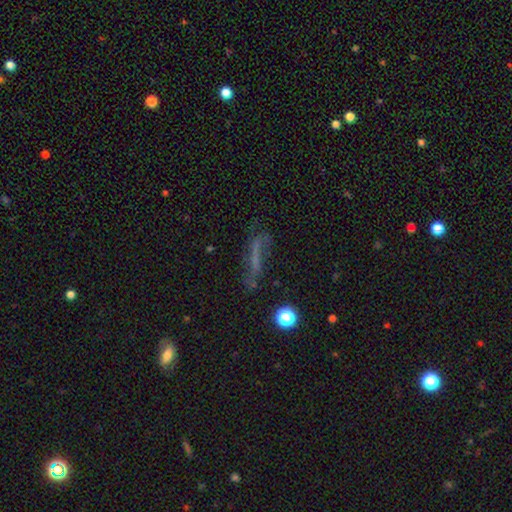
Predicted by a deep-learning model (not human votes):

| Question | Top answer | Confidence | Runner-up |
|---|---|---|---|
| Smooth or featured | featured or disk | 44% | smooth (37%) |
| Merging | none | 54% | minor disturbance (22%) |